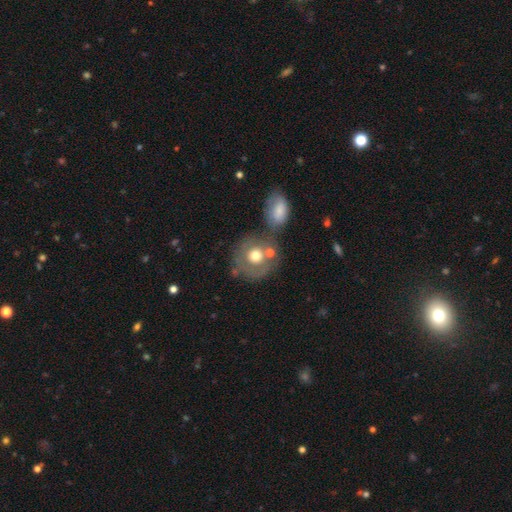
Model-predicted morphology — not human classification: Smooth or featured: smooth — 56% (featured or disk — 36%)
How rounded: round — 86% (in between — 13%)
Merging: none — 50% (merger — 29%)